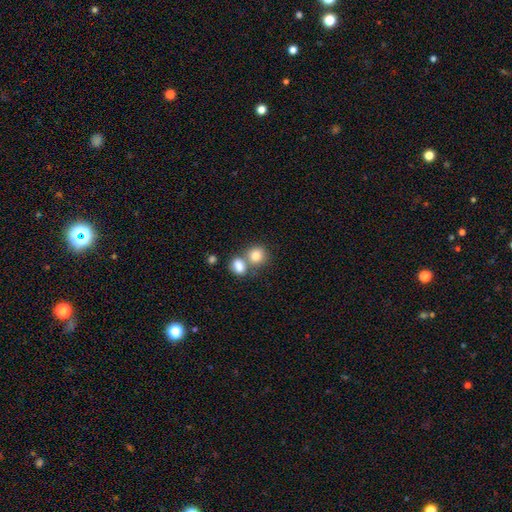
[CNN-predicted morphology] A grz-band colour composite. It shows a smooth galaxy with no disk features (81%) that is round (76%). Merging: merger (45%).